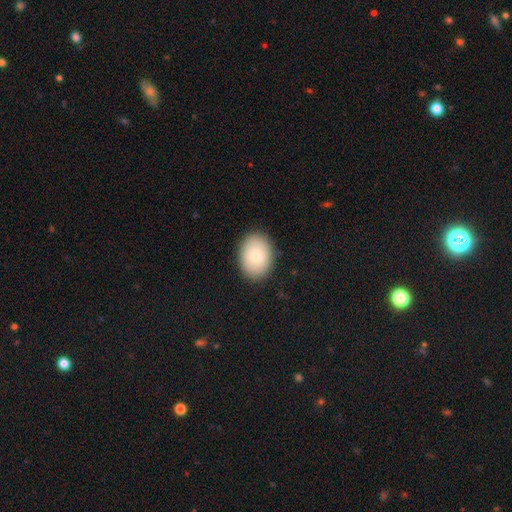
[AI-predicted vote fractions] The model was most divided on "how rounded": in between: 72%, round: 28%, cigar-shaped: 1%. More confident: merging — none (89%); smooth or featured — smooth (83%).